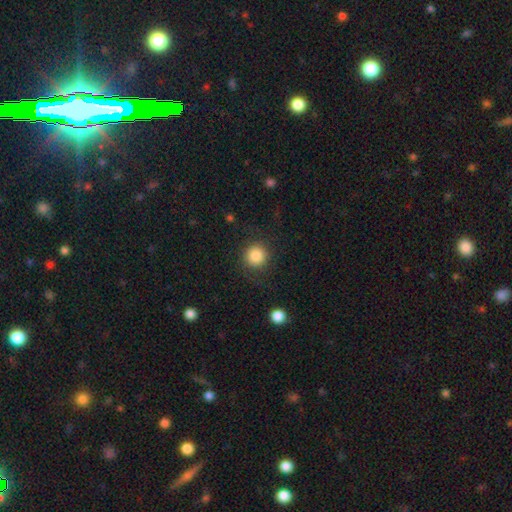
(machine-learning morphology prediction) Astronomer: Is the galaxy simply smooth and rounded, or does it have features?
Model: smooth — 86%.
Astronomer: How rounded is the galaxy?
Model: round — 93%.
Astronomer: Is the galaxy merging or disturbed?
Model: none — 84%.